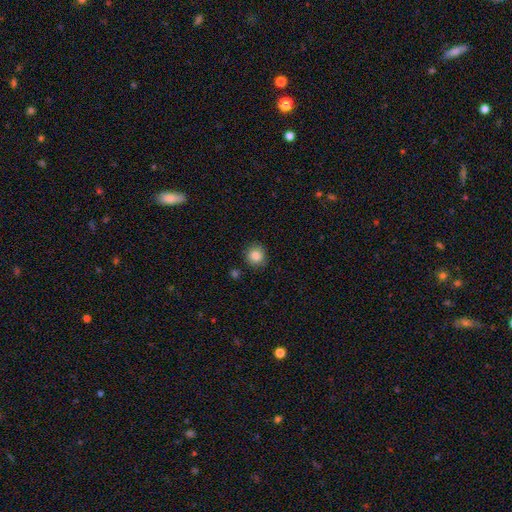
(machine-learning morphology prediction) smooth_or_featured: smooth (p=0.86) [alt: star or artifact p=0.10]
how_rounded: round (p=0.90) [alt: in between p=0.09]
merging: none (p=0.86) [alt: minor disturbance p=0.09]